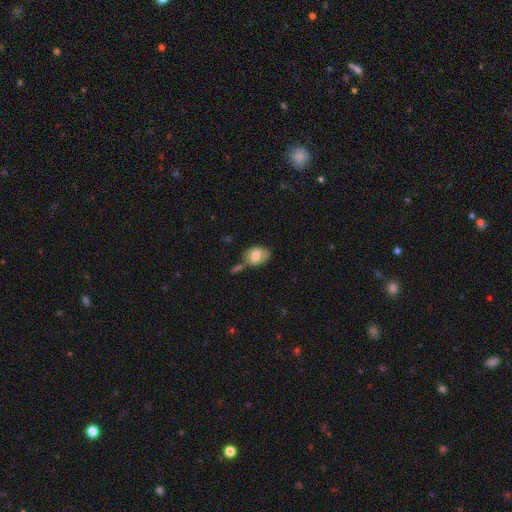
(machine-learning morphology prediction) Smooth or featured? smooth (63%)
How rounded? in between (76%)
Merging? none (46%)